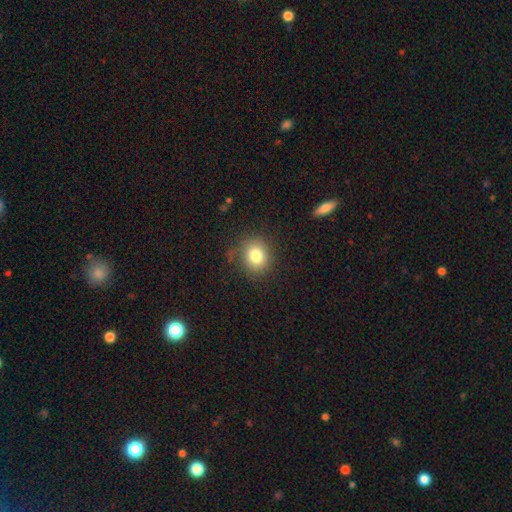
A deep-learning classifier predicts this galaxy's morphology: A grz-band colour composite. It shows a smooth galaxy with no disk features (80%) that is round (75%). Merging: none (81%).